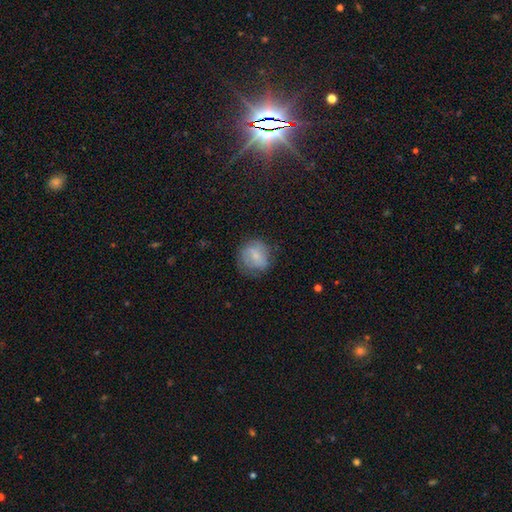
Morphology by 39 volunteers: type=smooth (64%); roundness=round (80%); merging=none (63%).